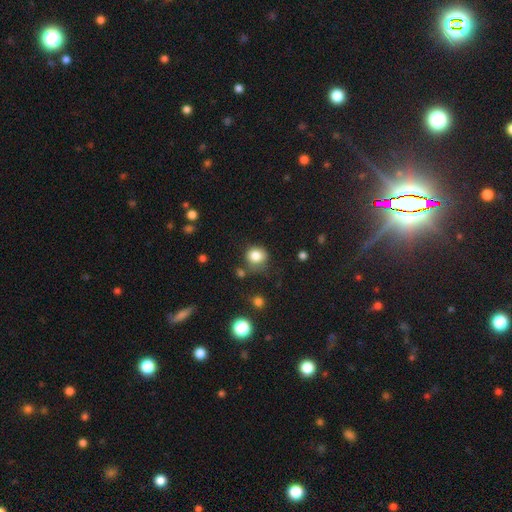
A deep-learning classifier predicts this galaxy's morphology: Smooth or featured: smooth — 82% (star or artifact — 11%)
How rounded: round — 79% (in between — 20%)
Merging: none — 68% (minor disturbance — 19%)